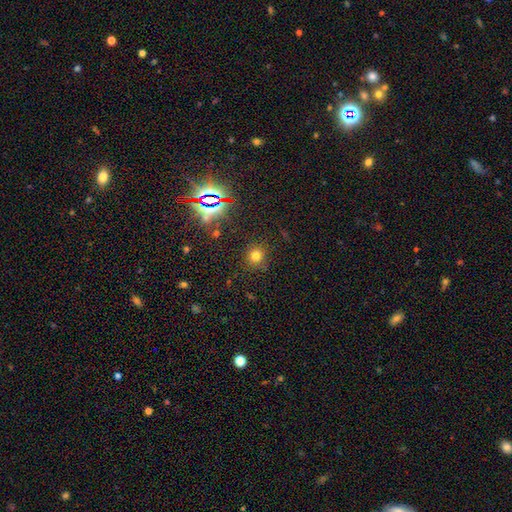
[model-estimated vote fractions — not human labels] Smooth or featured? Predicted: smooth (p=0.70). How rounded? Predicted: round (p=0.89). Merging? Predicted: none (p=0.85).